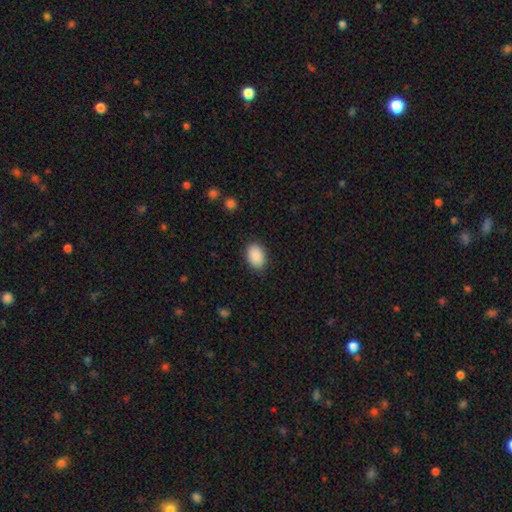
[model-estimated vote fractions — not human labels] Q: Smooth or featured?
A: smooth (90%); runner-up: star or artifact (7%)
Q: How rounded?
A: in between (82%); runner-up: round (17%)
Q: Merging?
A: none (86%); runner-up: minor disturbance (11%)